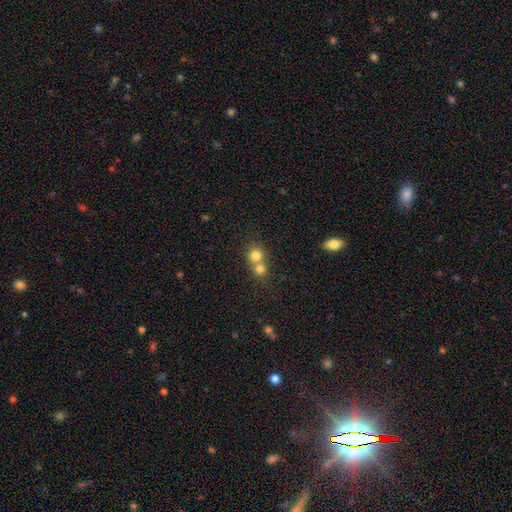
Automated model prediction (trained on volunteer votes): A smooth galaxy with no disk features (77%) that is round (88%).

Vote fractions:
- Smooth or featured? smooth: 77% / star or artifact: 13% / featured or disk: 10%
- How rounded? round: 88% / in between: 11% / cigar-shaped: 1%
- Merging? merger: 55% / none: 39% / minor disturbance: 4% / major disturbance: 2%